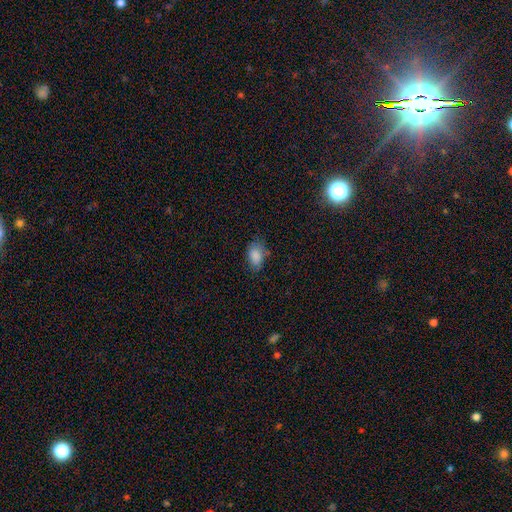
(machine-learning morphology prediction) The model was most divided on "merging": none: 66%, minor disturbance: 26%, major disturbance: 6%, merger: 3%. More confident: how rounded — in between (87%); smooth or featured — smooth (86%).